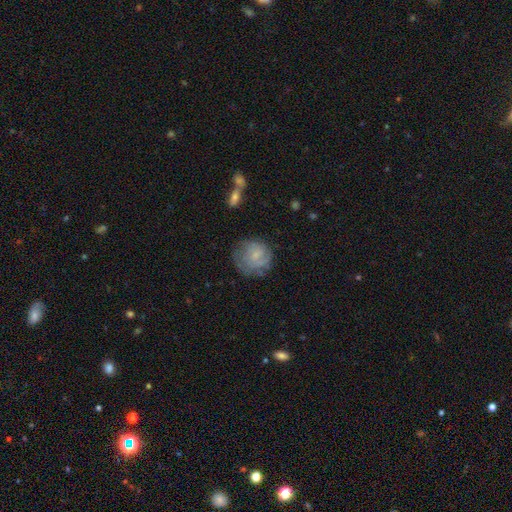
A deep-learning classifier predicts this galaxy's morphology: A smooth galaxy with no disk features (48%).

Vote fractions:
- Smooth or featured? smooth: 48% / featured or disk: 43% / star or artifact: 9%
- Merging? none: 60% / minor disturbance: 24% / major disturbance: 14% / merger: 3%